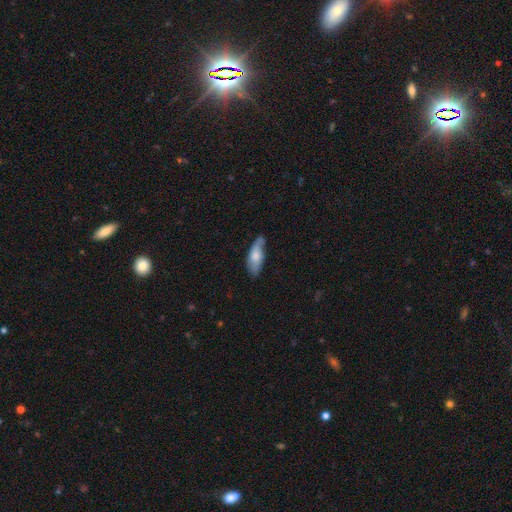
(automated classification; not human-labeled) Smooth or featured?
  - smooth: 61% *
  - featured or disk: 33%
  - star or artifact: 6%
How rounded?
  - in between: 70% *
  - cigar-shaped: 28%
  - round: 2%
Merging?
  - none: 61% *
  - minor disturbance: 30%
  - major disturbance: 7%
  - merger: 3%